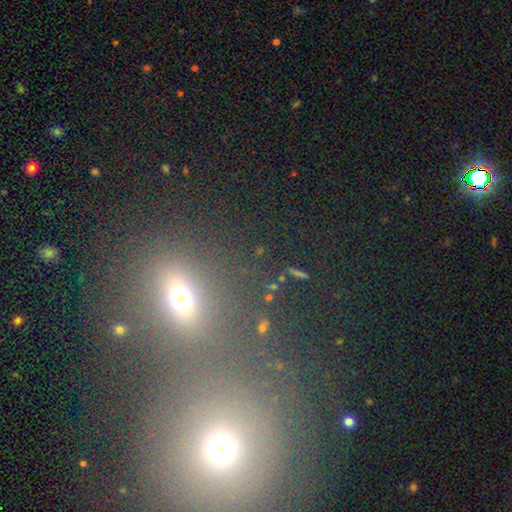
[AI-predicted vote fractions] Q: Smooth or featured?
A: smooth (43%); runner-up: star or artifact (42%)
Q: Merging?
A: none (70%); runner-up: merger (15%)